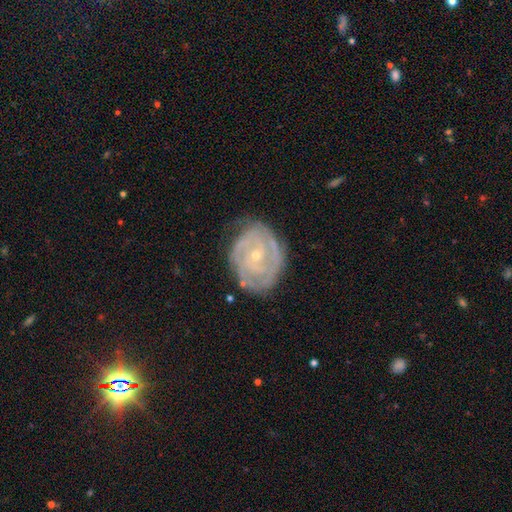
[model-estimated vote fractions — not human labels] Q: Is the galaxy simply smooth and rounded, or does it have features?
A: featured or disk — 83%.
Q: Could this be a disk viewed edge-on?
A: no — 97%.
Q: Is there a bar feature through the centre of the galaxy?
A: no — 66%.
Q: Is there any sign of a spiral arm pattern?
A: yes — 91%.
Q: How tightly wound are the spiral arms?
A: tight — 73%.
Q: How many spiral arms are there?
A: can't tell — 33%.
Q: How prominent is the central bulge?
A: small — 75%.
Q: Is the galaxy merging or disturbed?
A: none — 70%.